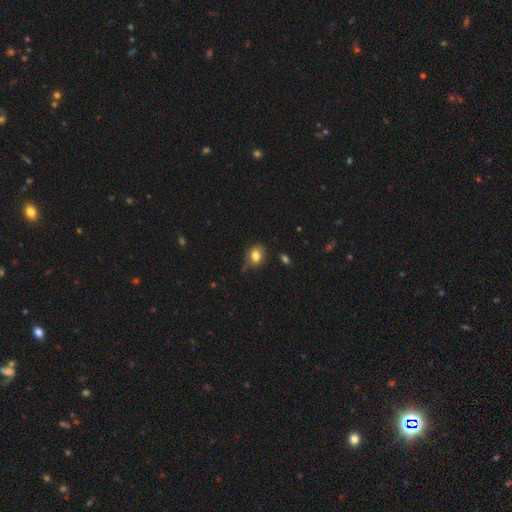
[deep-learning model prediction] This is likely a smooth galaxy (80%). How rounded: possibly in between (54%). Merging: likely none (64%).